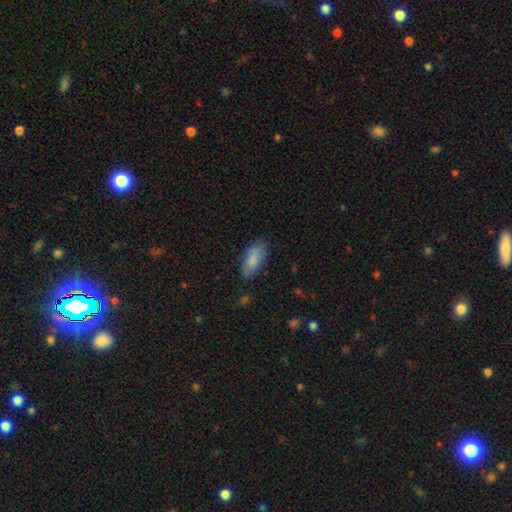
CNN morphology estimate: Q: Smooth or featured?
A: smooth (82%); runner-up: featured or disk (11%)
Q: How rounded?
A: in between (80%); runner-up: cigar-shaped (18%)
Q: Merging?
A: none (78%); runner-up: minor disturbance (17%)